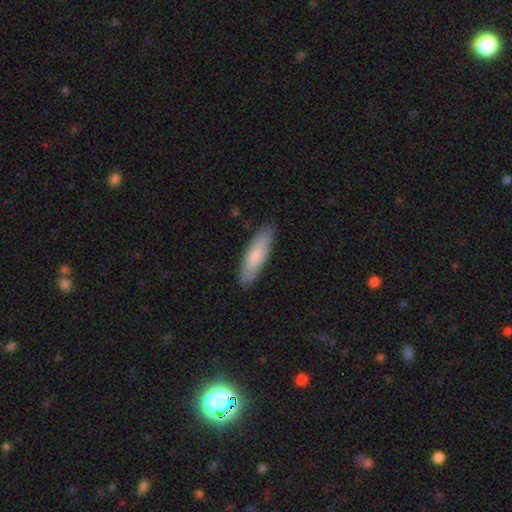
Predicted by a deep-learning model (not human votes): Smooth or featured? smooth (77%)
How rounded? cigar-shaped (61%)
Merging? none (87%)